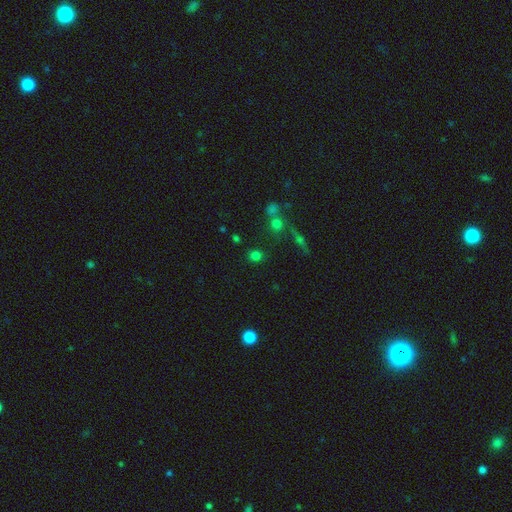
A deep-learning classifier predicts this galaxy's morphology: Smooth or featured: smooth — 70% (star or artifact — 23%)
How rounded: round — 78% (in between — 20%)
Merging: none — 82% (minor disturbance — 9%)